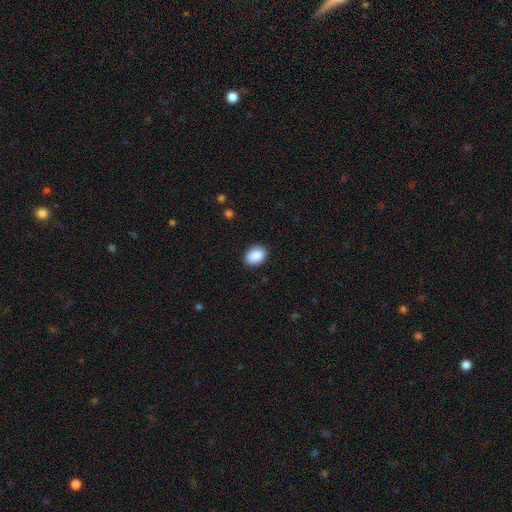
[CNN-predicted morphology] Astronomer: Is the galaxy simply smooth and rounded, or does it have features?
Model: smooth — 89%.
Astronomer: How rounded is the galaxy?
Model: in between — 72%.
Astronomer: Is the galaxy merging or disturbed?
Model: none — 89%.